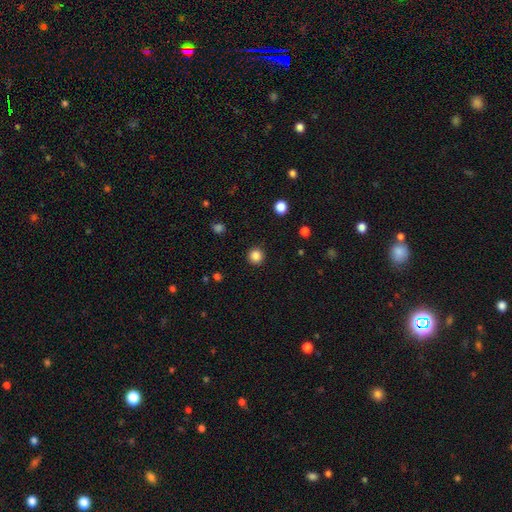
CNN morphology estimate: Smooth or featured? smooth (85%)
How rounded? round (96%)
Merging? none (92%)